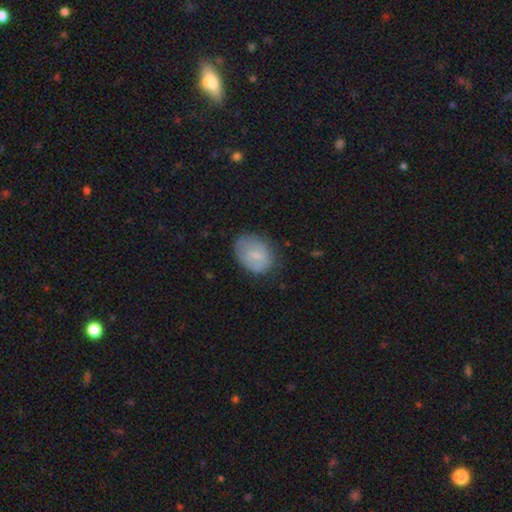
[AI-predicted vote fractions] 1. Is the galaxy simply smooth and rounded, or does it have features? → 63% smooth, 29% featured or disk, 7% star or artifact.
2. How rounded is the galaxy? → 73% in between, 26% round, 1% cigar-shaped.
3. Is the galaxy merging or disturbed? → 65% none, 25% minor disturbance, 8% major disturbance, 1% merger.